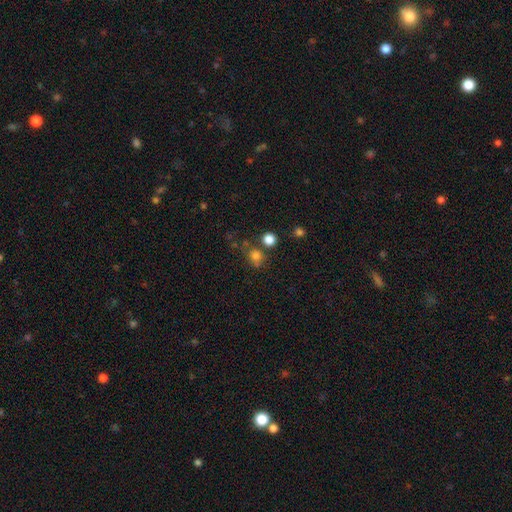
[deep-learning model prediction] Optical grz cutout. It shows a smooth galaxy with no disk features (75%) that is round (83%). Merging: none (64%).